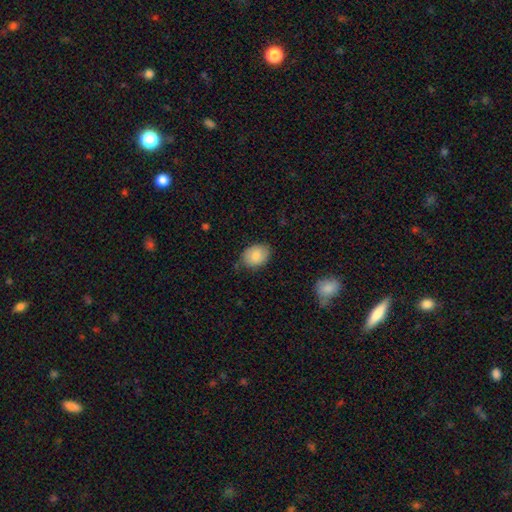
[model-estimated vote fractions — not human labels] A smooth galaxy with no disk features (85%) that is in between round and cigar-shaped (64%). Merging: none (74%).